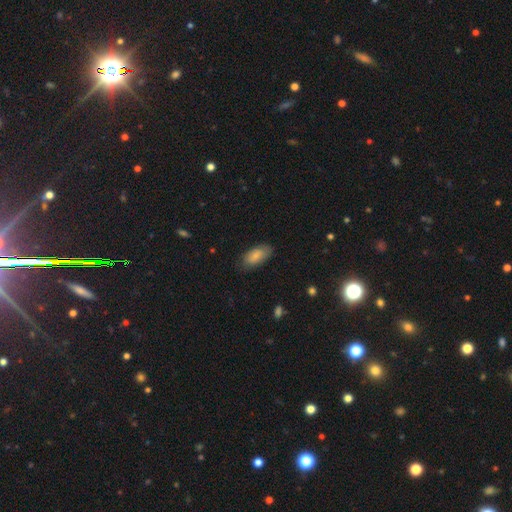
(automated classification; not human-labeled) Smooth or featured: smooth — 83% (featured or disk — 11%)
How rounded: in between — 89% (cigar-shaped — 9%)
Merging: none — 80% (minor disturbance — 16%)